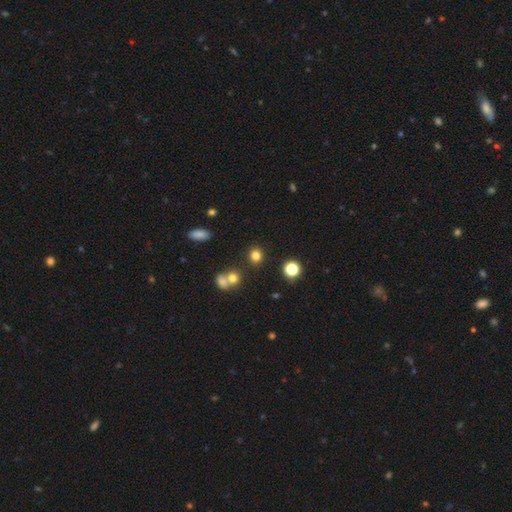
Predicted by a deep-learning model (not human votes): smooth-or-featured: smooth: 78% | star or artifact: 16% | featured or disk: 6%
  how-rounded: round: 86% | in between: 13% | cigar-shaped: 1%
  merging: none: 81% | merger: 9% | minor disturbance: 7% | major disturbance: 3%